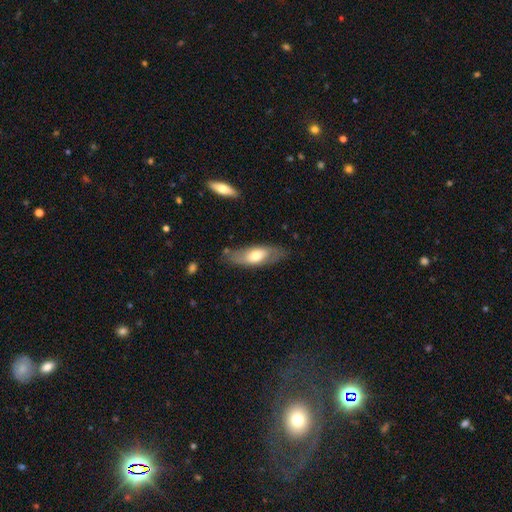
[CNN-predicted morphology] smooth_or_featured: smooth (p=0.55) [alt: featured or disk p=0.39]
how_rounded: in between (p=0.73) [alt: cigar-shaped p=0.24]
merging: none (p=0.73) [alt: minor disturbance p=0.19]